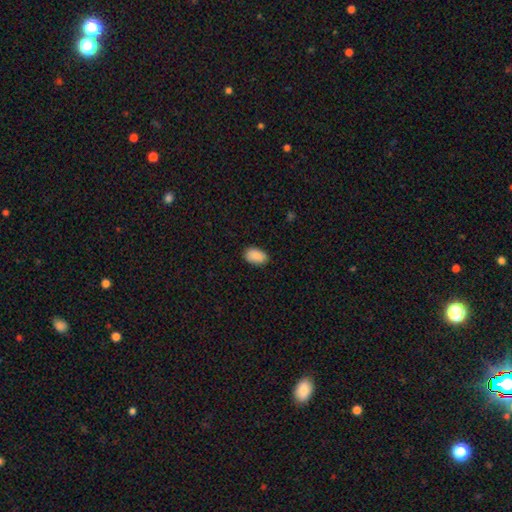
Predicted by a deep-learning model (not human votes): Morphology: type=smooth (90%); roundness=in between (91%); merging=none (87%).